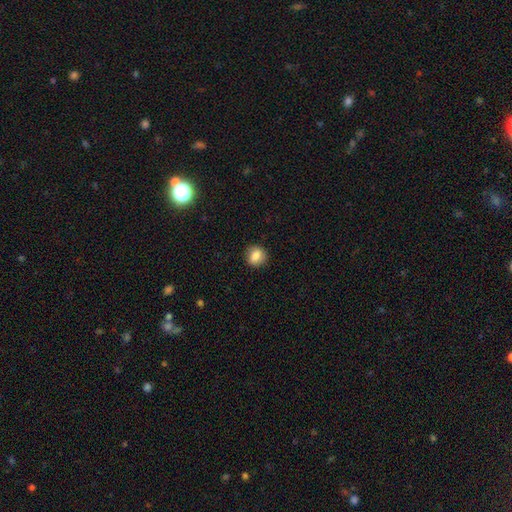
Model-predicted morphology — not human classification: A smooth galaxy with no disk features (84%) that is round (75%).

Vote fractions:
- Smooth or featured? smooth: 84% / star or artifact: 9% / featured or disk: 7%
- How rounded? round: 75% / in between: 24% / cigar-shaped: 1%
- Merging? none: 88% / minor disturbance: 9% / major disturbance: 2% / merger: 1%